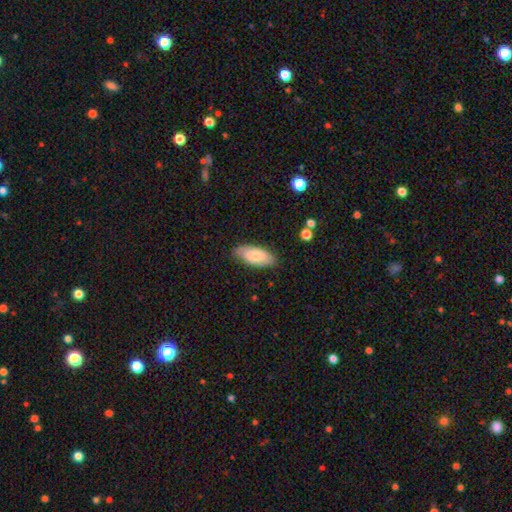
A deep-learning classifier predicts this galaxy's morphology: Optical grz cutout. It shows a smooth galaxy with no disk features (77%) that is in between round and cigar-shaped (86%). Merging: none (81%).